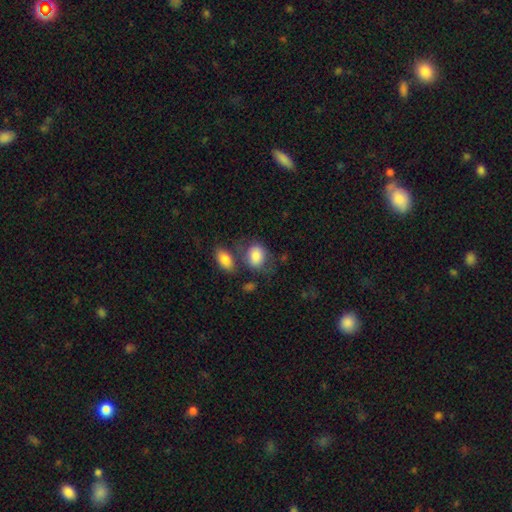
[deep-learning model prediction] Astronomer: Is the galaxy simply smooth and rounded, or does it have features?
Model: smooth — 83%.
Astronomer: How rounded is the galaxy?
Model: in between — 66%.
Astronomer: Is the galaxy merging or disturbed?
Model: none — 49%.